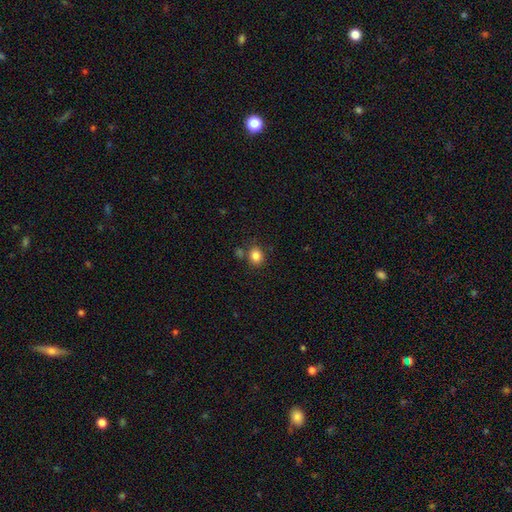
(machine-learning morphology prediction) Smooth or featured? smooth (85%)
How rounded? round (57%)
Merging? none (73%)